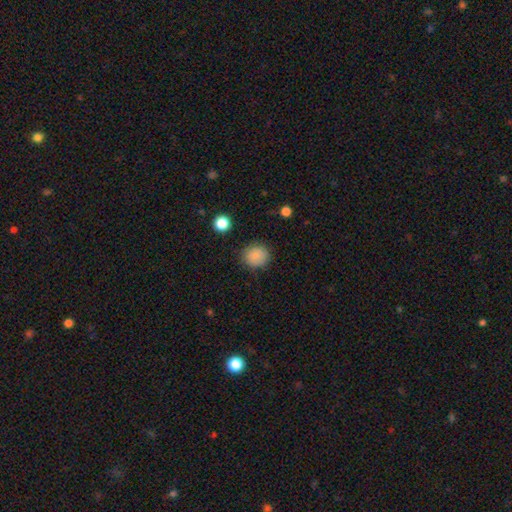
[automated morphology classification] A smooth galaxy with no disk features (86%) that is round (83%). Merging: none (86%).